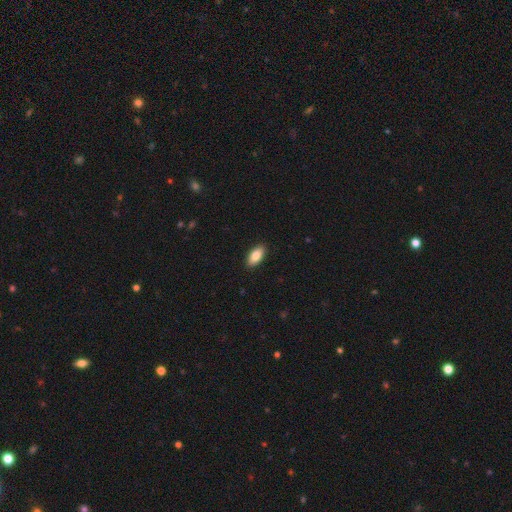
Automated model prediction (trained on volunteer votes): This is clearly a smooth galaxy (85%). How rounded: clearly in between (90%). Merging: clearly none (91%).